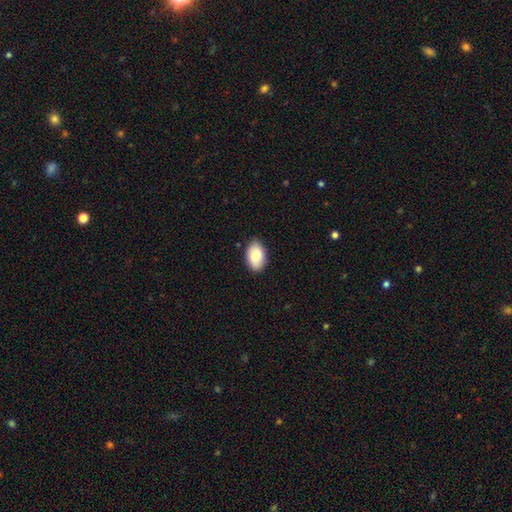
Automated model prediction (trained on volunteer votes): This is clearly a smooth galaxy (83%). How rounded: clearly in between (91%). Merging: clearly none (86%).